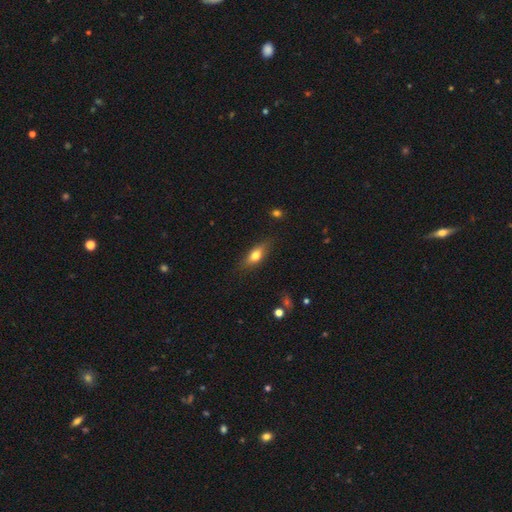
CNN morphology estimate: smooth-or-featured: smooth: 69% | featured or disk: 23% | star or artifact: 8%
  how-rounded: in between: 67% | cigar-shaped: 26% | round: 6%
  merging: none: 80% | minor disturbance: 15% | major disturbance: 4% | merger: 1%